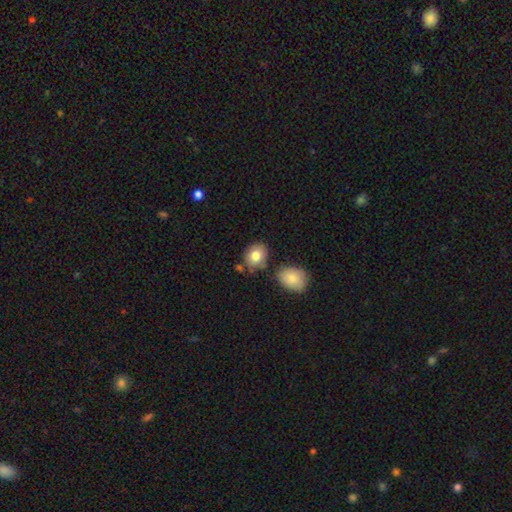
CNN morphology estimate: smooth 82%, featured or disk 10%, star or artifact 8%. Down the decision tree: how rounded — round (55%); merging — none (69%).